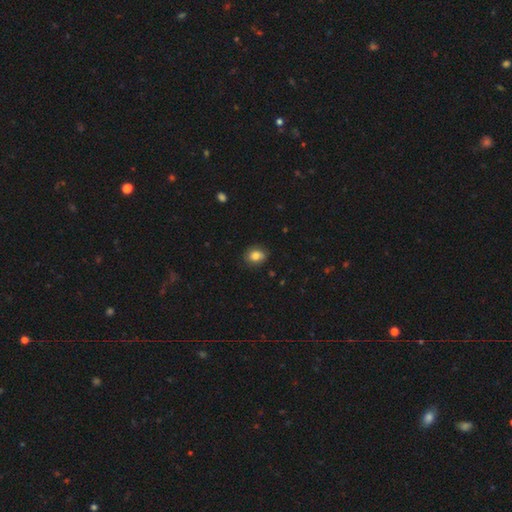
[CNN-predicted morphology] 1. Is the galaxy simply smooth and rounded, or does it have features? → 81% smooth, 10% featured or disk, 10% star or artifact.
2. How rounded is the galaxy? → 50% round, 49% in between, 1% cigar-shaped.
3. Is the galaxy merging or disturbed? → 82% none, 14% minor disturbance, 3% major disturbance, 1% merger.